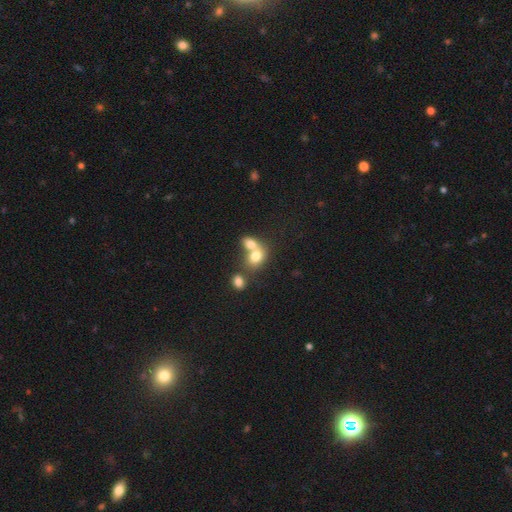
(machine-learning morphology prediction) A smooth galaxy with no disk features (74%) that is in between round and cigar-shaped (54%).

Vote fractions:
- Smooth or featured? smooth: 74% / featured or disk: 16% / star or artifact: 10%
- How rounded? in between: 54% / round: 45% / cigar-shaped: 1%
- Merging? merger: 68% / none: 22% / minor disturbance: 6% / major disturbance: 4%